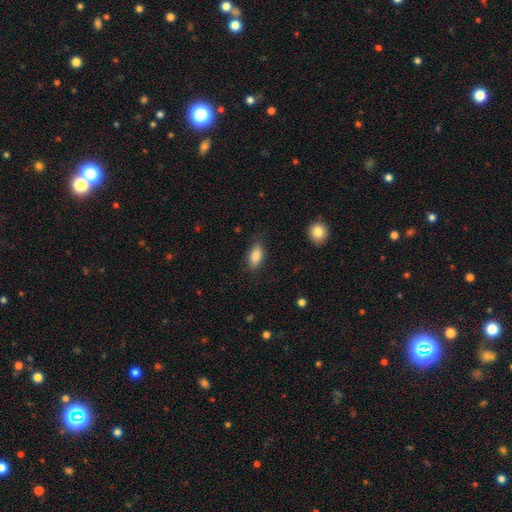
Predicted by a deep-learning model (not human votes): smooth_or_featured: smooth (p=0.84) [alt: featured or disk p=0.08]
how_rounded: in between (p=0.88) [alt: cigar-shaped p=0.07]
merging: none (p=0.80) [alt: minor disturbance p=0.15]